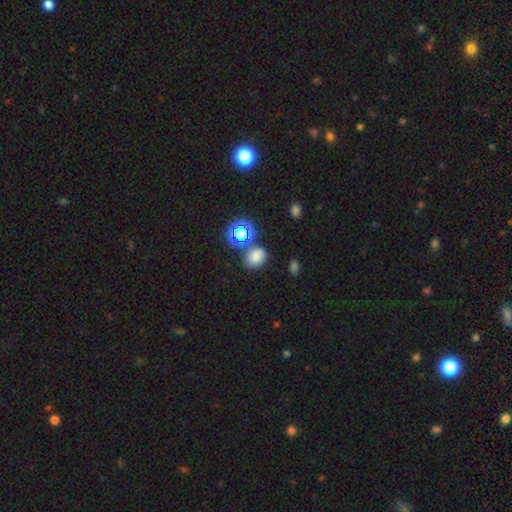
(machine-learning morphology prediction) smooth 67%, star or artifact 23%, featured or disk 10%. Down the decision tree: how rounded — round (50%); merging — none (67%).